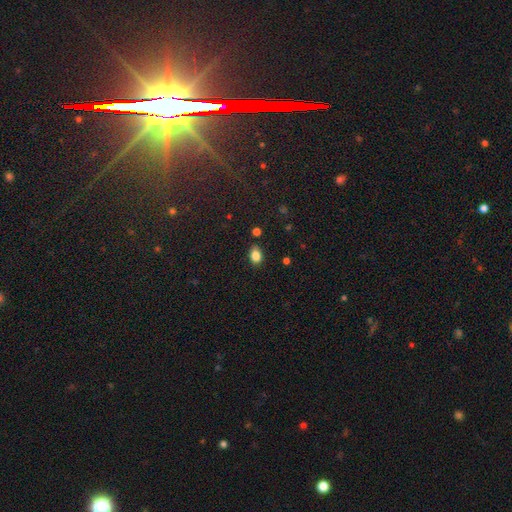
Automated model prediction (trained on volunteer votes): smooth 84%, star or artifact 11%, featured or disk 5%. Down the decision tree: how rounded — in between (71%); merging — none (83%).